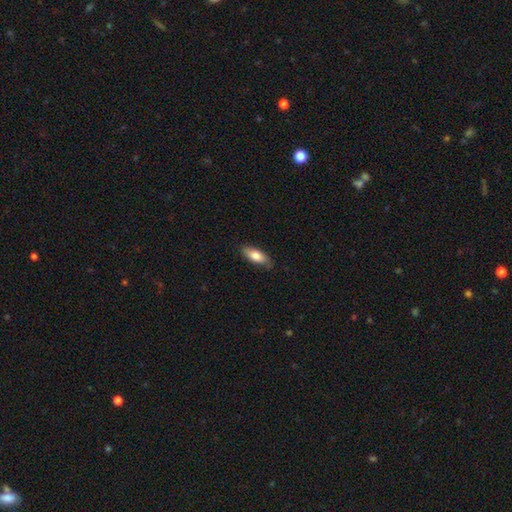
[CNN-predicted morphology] Smooth or featured?
  - smooth: 78% *
  - featured or disk: 16%
  - star or artifact: 6%
How rounded?
  - in between: 80% *
  - cigar-shaped: 18%
  - round: 2%
Merging?
  - none: 79% *
  - minor disturbance: 17%
  - major disturbance: 3%
  - merger: 1%